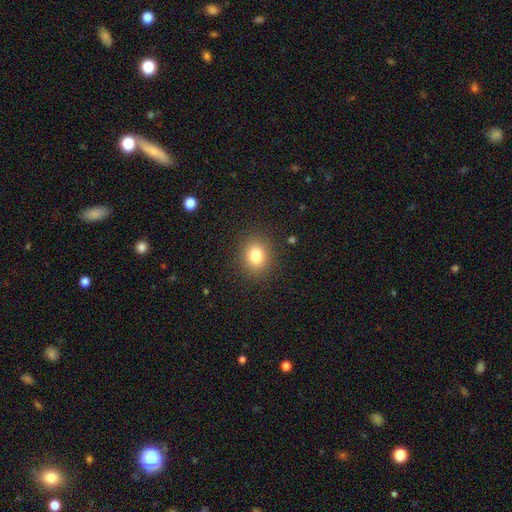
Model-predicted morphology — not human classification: Q: Smooth or featured?
A: smooth (80%); runner-up: star or artifact (12%)
Q: How rounded?
A: round (69%); runner-up: in between (30%)
Q: Merging?
A: none (88%); runner-up: minor disturbance (8%)